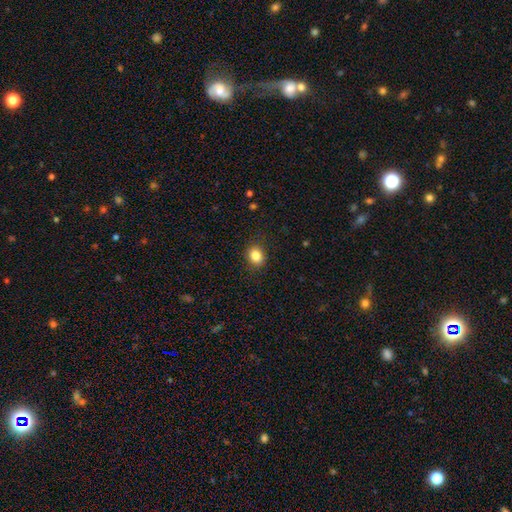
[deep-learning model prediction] This appears to be a smooth galaxy with no disk features (85%) that is round (52%). Merging: none (87%).